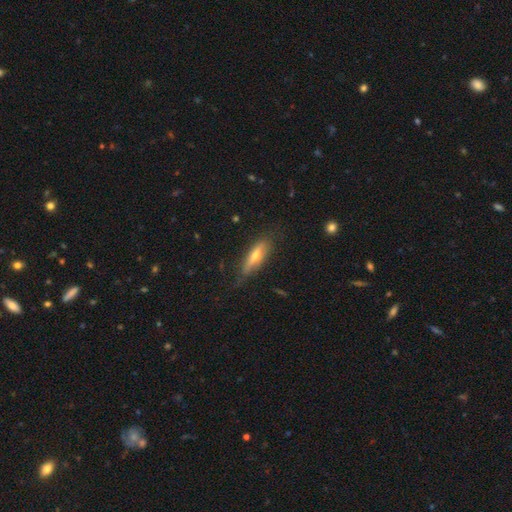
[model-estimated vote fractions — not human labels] Overall: featured or disk (53%; smooth 40%). Edge-on disk: yes (80%). Merging: none (71%).